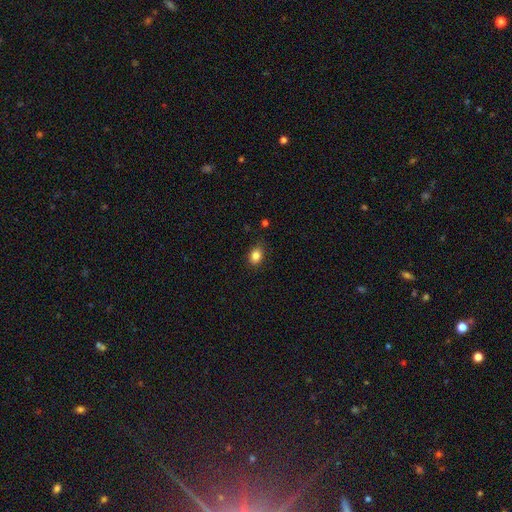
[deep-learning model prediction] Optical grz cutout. It shows a smooth galaxy with no disk features (84%) that is in between round and cigar-shaped (67%). Merging: none (83%).